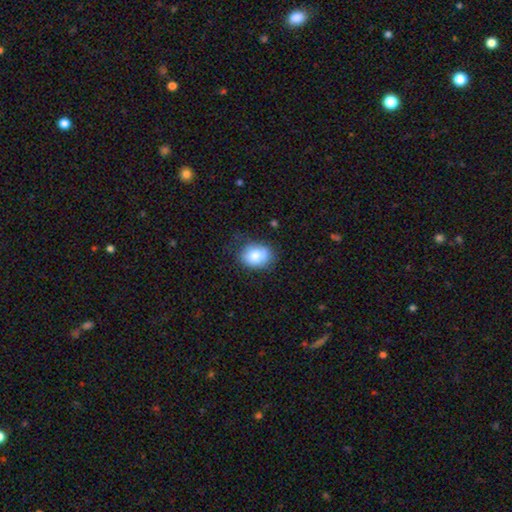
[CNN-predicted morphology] Smooth or featured? Predicted: smooth (p=0.83). How rounded? Predicted: in between (p=0.66). Merging? Predicted: none (p=0.68).